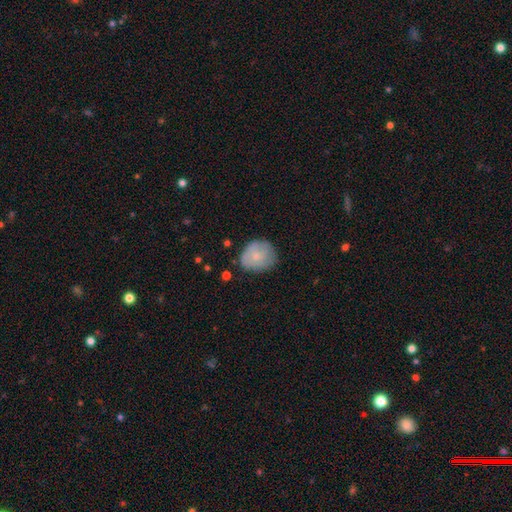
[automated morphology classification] Overall: smooth (73%). How rounded: round (70%). Merging: none (68%).